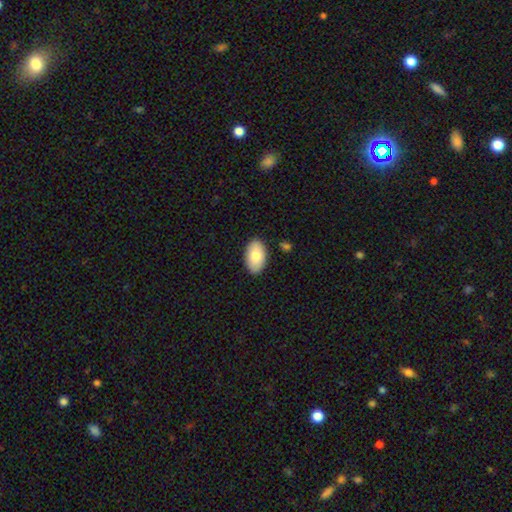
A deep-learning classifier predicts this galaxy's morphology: smooth 81%, featured or disk 13%, star or artifact 6%. Down the decision tree: how rounded — in between (94%); merging — none (87%).